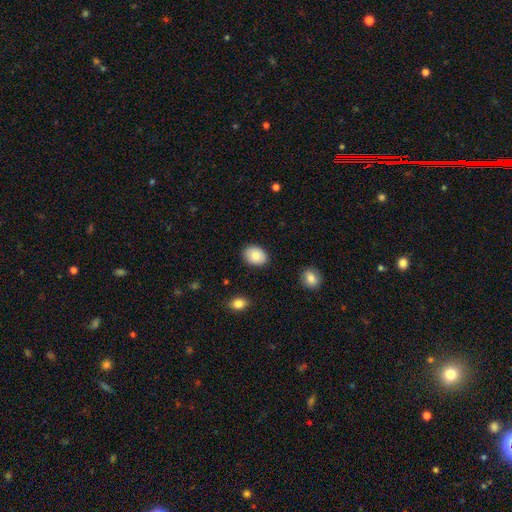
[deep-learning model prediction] Q: Smooth or featured?
A: smooth (84%); runner-up: featured or disk (9%)
Q: How rounded?
A: in between (73%); runner-up: round (27%)
Q: Merging?
A: none (86%); runner-up: minor disturbance (11%)